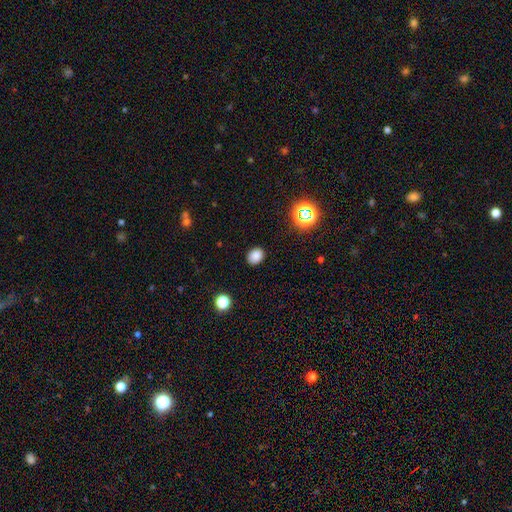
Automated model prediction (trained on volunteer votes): Q: Smooth or featured?
A: smooth (83%); runner-up: star or artifact (14%)
Q: How rounded?
A: round (50%); runner-up: in between (49%)
Q: Merging?
A: none (88%); runner-up: minor disturbance (9%)